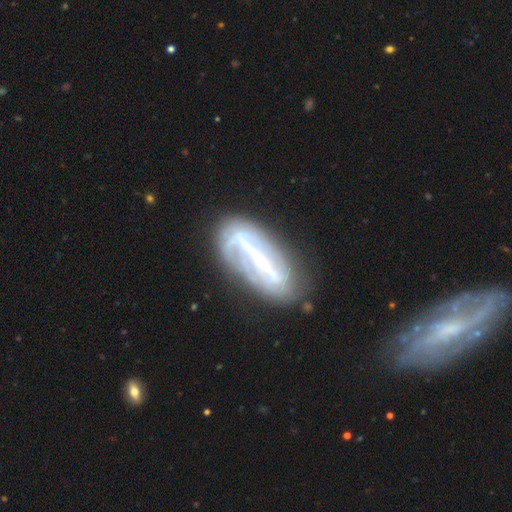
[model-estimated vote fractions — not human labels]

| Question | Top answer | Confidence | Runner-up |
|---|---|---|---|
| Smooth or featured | featured or disk | 72% | smooth (20%) |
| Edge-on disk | no | 73% | yes (27%) |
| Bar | strong | 80% | weak (12%) |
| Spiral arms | yes | 55% | no (45%) |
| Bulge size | small | 33% | none (32%) |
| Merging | none | 66% | minor disturbance (20%) |